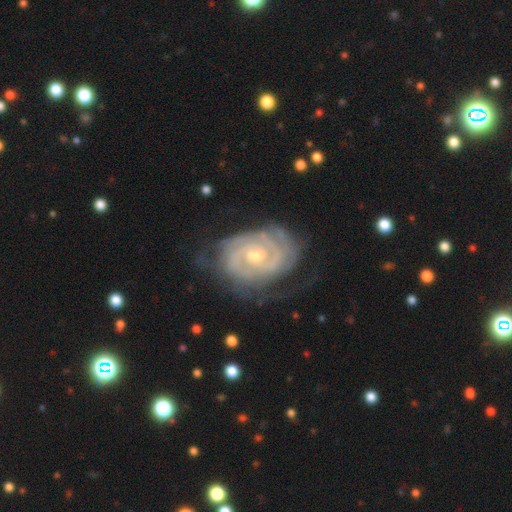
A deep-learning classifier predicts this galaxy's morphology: Smooth or featured? Predicted: featured or disk (p=0.88). Edge-on disk? Predicted: no (p=0.97). Bar? Predicted: weak (p=0.54). Spiral arms? Predicted: yes (p=0.96). Spiral winding? Predicted: tight (p=0.72). Spiral arm count? Predicted: 2 (p=0.50). Bulge size? Predicted: moderate (p=0.48). Merging? Predicted: none (p=0.69).